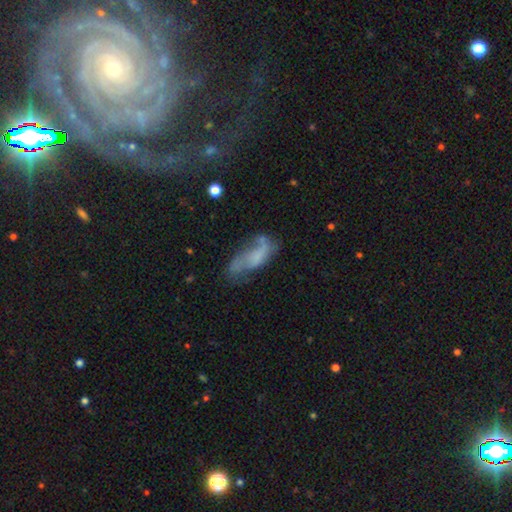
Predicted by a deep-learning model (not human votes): A featured or disk galaxy (45%). Merging: none (39%).